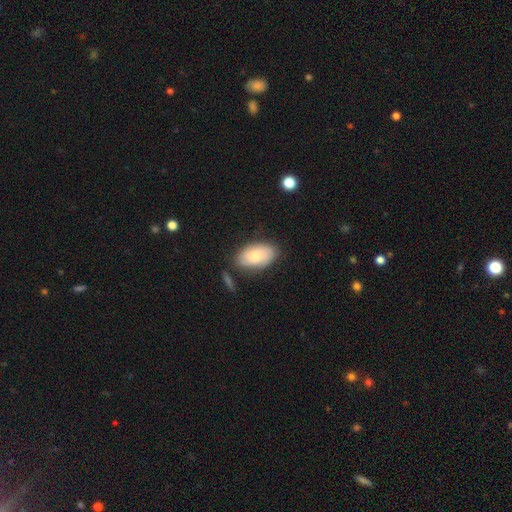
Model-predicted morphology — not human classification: Smooth or featured? Predicted: smooth (p=0.71). How rounded? Predicted: in between (p=0.93). Merging? Predicted: none (p=0.74).